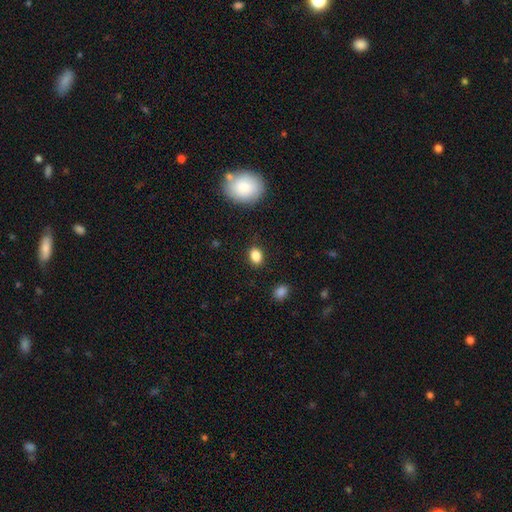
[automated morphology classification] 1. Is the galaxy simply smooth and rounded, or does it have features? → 85% smooth, 10% star or artifact, 5% featured or disk.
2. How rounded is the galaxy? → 70% in between, 28% round, 2% cigar-shaped.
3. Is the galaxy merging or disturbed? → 85% none, 11% minor disturbance, 3% major disturbance, 2% merger.